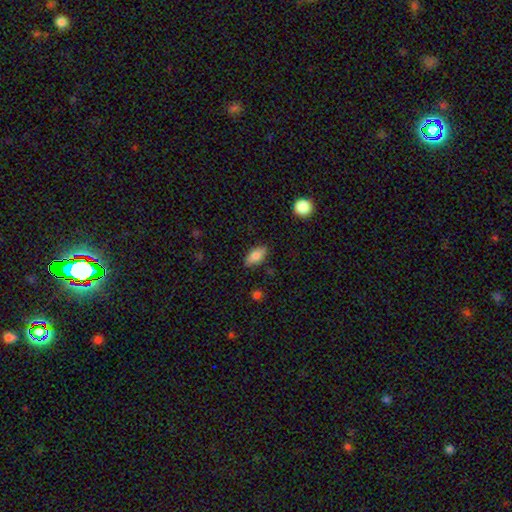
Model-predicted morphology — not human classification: A smooth galaxy with no disk features (82%) that is in between round and cigar-shaped (90%).

Vote fractions:
- Smooth or featured? smooth: 82% / featured or disk: 11% / star or artifact: 8%
- How rounded? in between: 90% / cigar-shaped: 6% / round: 4%
- Merging? none: 83% / minor disturbance: 13% / major disturbance: 3% / merger: 1%